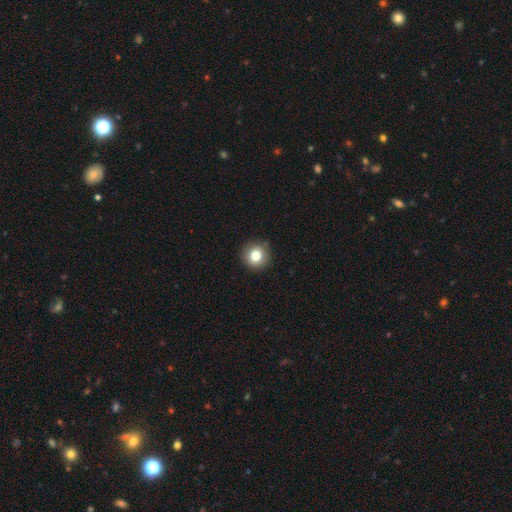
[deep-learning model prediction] A smooth galaxy with no disk features (80%) that is round (94%).

Vote fractions:
- Smooth or featured? smooth: 80% / star or artifact: 11% / featured or disk: 9%
- How rounded? round: 94% / in between: 6% / cigar-shaped: 1%
- Merging? none: 91% / minor disturbance: 7% / major disturbance: 2% / merger: 1%